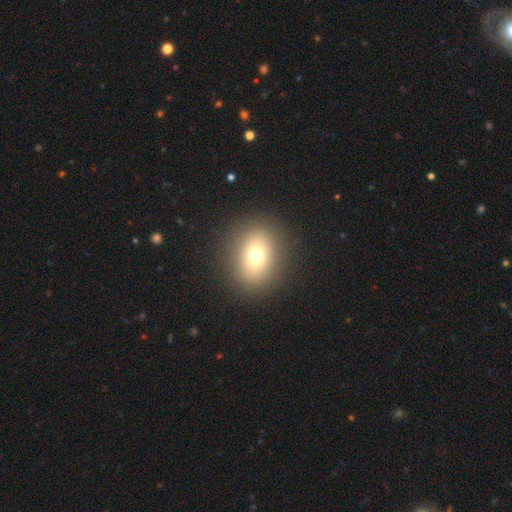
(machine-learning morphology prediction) This is likely a smooth galaxy (72%). How rounded: possibly round (52%). Merging: clearly none (88%).